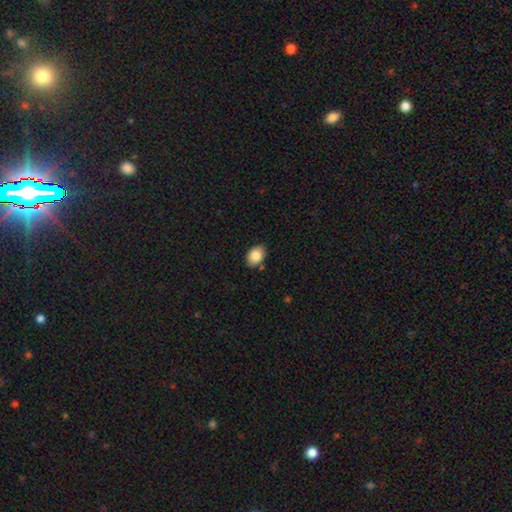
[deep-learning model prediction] Smooth or featured? smooth (85%)
How rounded? in between (79%)
Merging? none (83%)